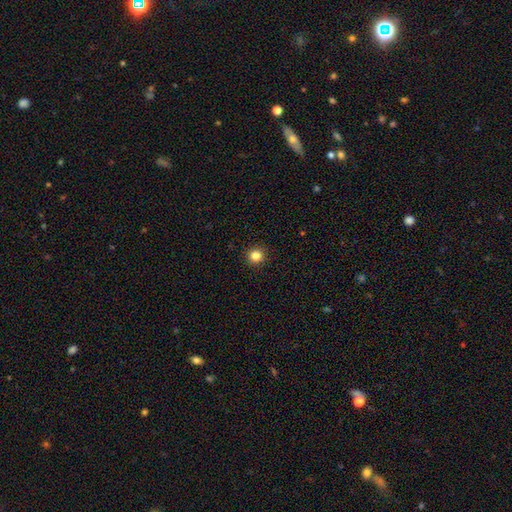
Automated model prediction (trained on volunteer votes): A smooth galaxy with no disk features (84%) that is round (94%).

Vote fractions:
- Smooth or featured? smooth: 84% / star or artifact: 12% / featured or disk: 4%
- How rounded? round: 94% / in between: 5% / cigar-shaped: 1%
- Merging? none: 93% / minor disturbance: 5% / major disturbance: 2% / merger: 1%